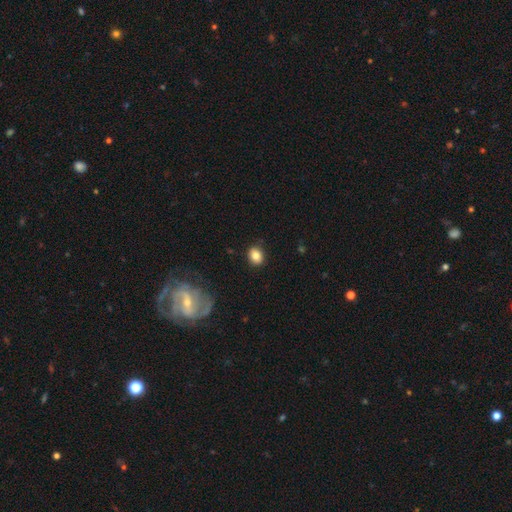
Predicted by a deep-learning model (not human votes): Morphology: type=smooth (83%); roundness=round (50%); merging=none (88%).